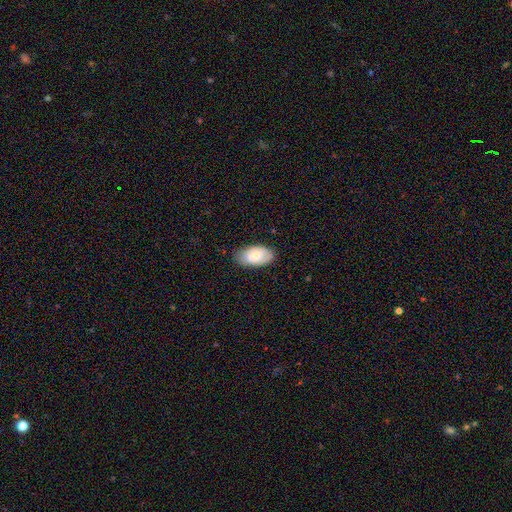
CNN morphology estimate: This is likely a smooth galaxy (67%). How rounded: clearly in between (94%). Merging: likely none (75%).